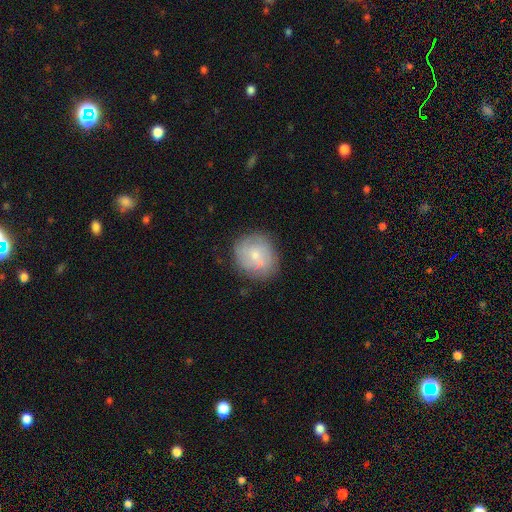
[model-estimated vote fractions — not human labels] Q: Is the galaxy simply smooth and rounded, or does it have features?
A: smooth — 53%.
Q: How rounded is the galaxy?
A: round — 80%.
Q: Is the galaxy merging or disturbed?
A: none — 67%.